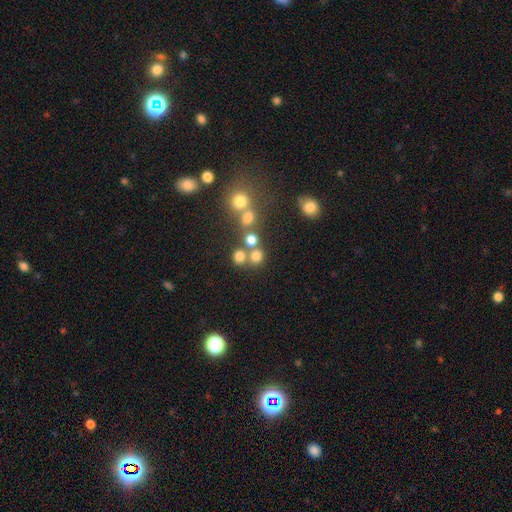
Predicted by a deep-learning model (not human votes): Smooth or featured: smooth — 71% (star or artifact — 18%)
How rounded: round — 85% (in between — 13%)
Merging: none — 57% (merger — 30%)